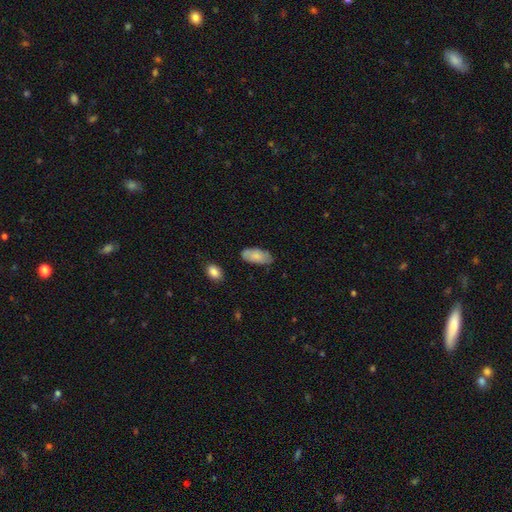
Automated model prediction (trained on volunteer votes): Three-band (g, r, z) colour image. It shows a smooth galaxy with no disk features (81%) that is in between round and cigar-shaped (91%). Merging: none (75%).